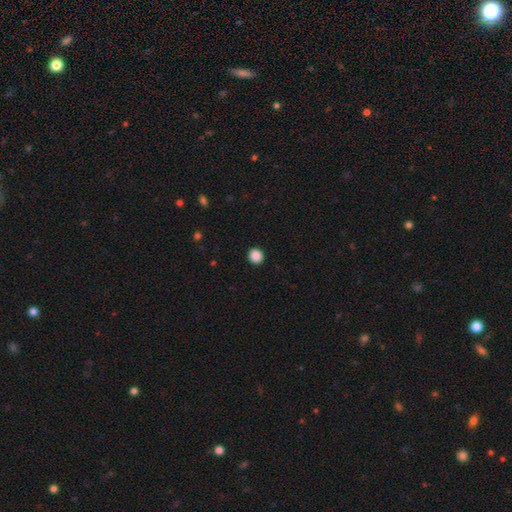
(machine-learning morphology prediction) Smooth or featured? smooth (89%)
How rounded? round (88%)
Merging? none (93%)